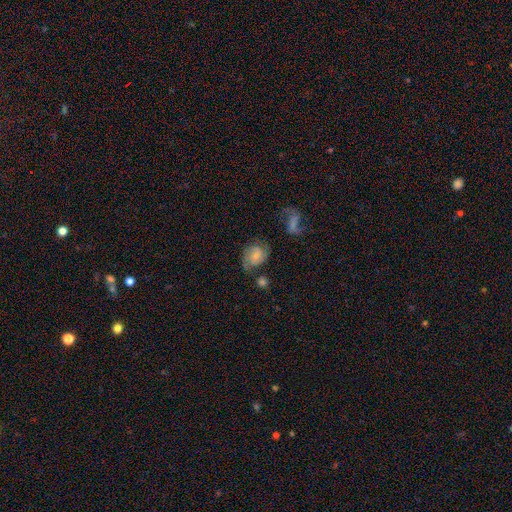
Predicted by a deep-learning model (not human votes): smooth-or-featured: featured or disk: 63% | smooth: 28% | star or artifact: 9%
  disk-edge-on: no: 97% | yes: 3%
    bar: no: 51% | weak: 39% | strong: 10%
    has-spiral-arms: yes: 92% | no: 8%
      spiral-winding: medium: 47% | tight: 32% | loose: 21%
      spiral-arm-count: 2: 79% | can't tell: 10% | 1: 4% | 3: 4% | 4: 1% | more than 4: 1%
    bulge-size: small: 54% | moderate: 27% | none: 14% | large: 3% | dominant: 1%
  merging: none: 60% | minor disturbance: 20% | major disturbance: 11% | merger: 10%